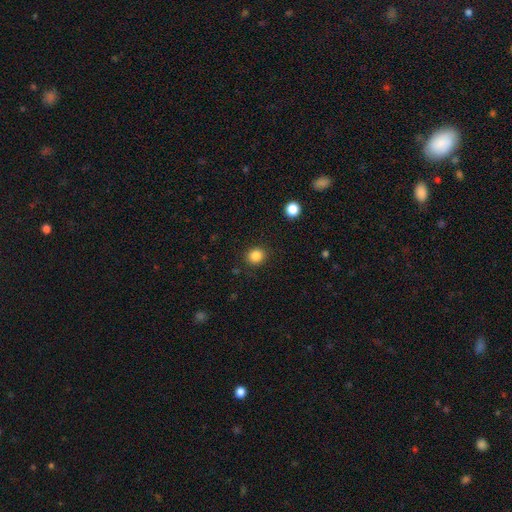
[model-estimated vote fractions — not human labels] Smooth or featured? Predicted: smooth (p=0.85). How rounded? Predicted: round (p=0.78). Merging? Predicted: none (p=0.89).